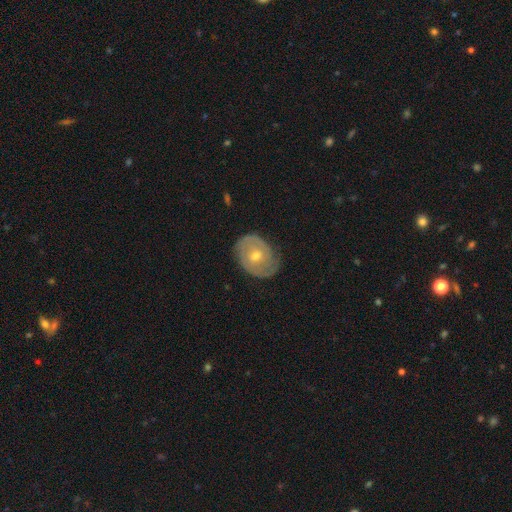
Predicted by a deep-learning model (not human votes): This is likely a featured or disk galaxy (72%). It is clearly not viewed edge-on (96%). Bar: likely no (70%). Spiral arm pattern: clearly yes (81%). Spiral arm count: possibly 2 (51%). Spiral winding: likely tight (64%). Central bulge: likely moderate (64%). Merging: likely none (76%).